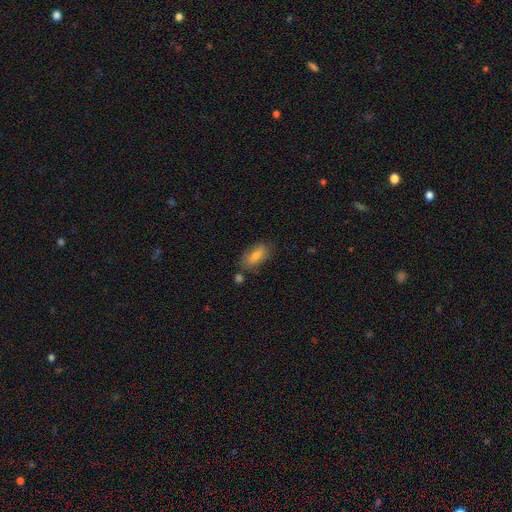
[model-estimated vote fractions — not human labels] Smooth or featured: smooth — 72% (featured or disk — 19%)
How rounded: in between — 83% (cigar-shaped — 13%)
Merging: none — 75% (minor disturbance — 15%)